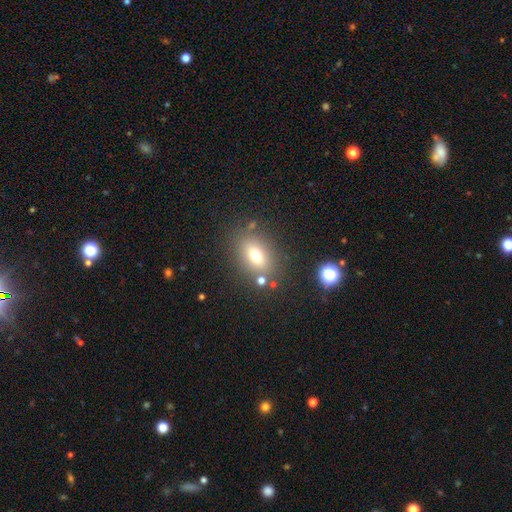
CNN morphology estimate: The model was most divided on "how rounded": in between: 71%, round: 26%, cigar-shaped: 3%. More confident: merging — none (76%); smooth or featured — smooth (70%).